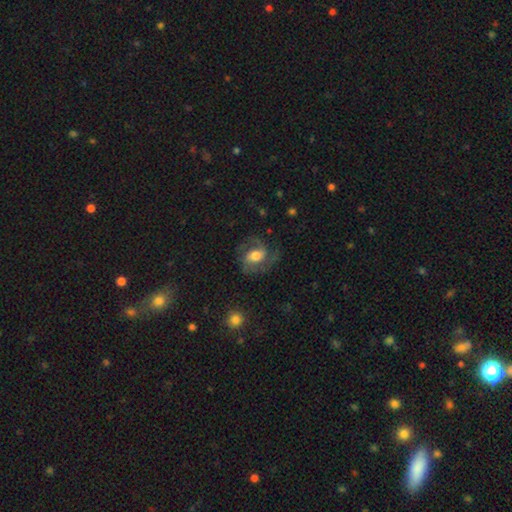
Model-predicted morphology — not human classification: Smooth or featured? Predicted: featured or disk (p=0.74). Edge-on disk? Predicted: no (p=0.97). Bar? Predicted: no (p=0.46). Spiral arms? Predicted: yes (p=0.93). Spiral winding? Predicted: medium (p=0.53). Spiral arm count? Predicted: 2 (p=0.68). Bulge size? Predicted: moderate (p=0.62). Merging? Predicted: none (p=0.66).